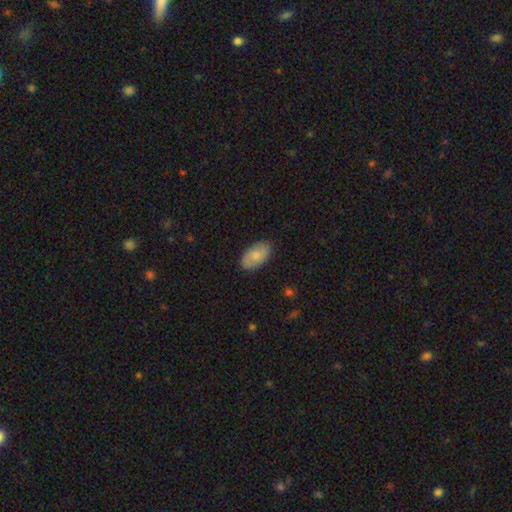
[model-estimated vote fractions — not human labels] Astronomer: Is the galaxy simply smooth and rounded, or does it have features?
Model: smooth — 77%.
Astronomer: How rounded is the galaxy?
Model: in between — 95%.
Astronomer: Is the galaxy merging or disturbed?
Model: none — 84%.